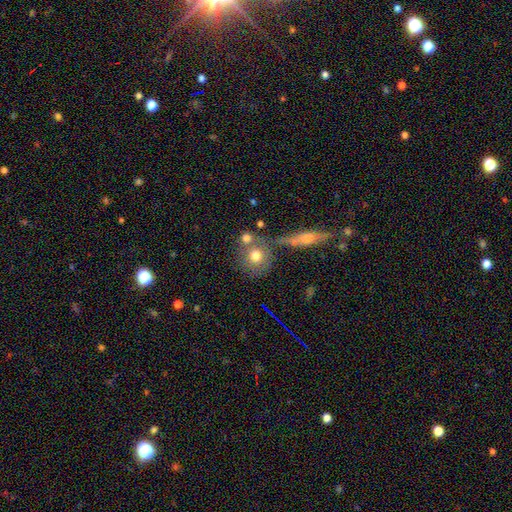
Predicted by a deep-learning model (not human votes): The model was most divided on "merging": none: 59%, merger: 25%, minor disturbance: 11%, major disturbance: 5%. More confident: how rounded — round (86%); smooth or featured — smooth (70%).